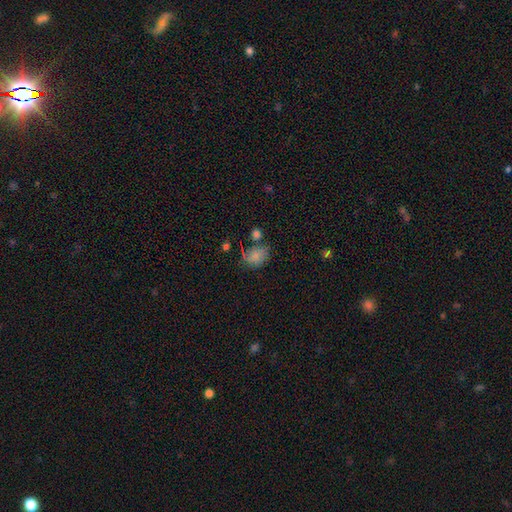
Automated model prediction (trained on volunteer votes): This appears to be a smooth galaxy with no disk features (77%) that is in between round and cigar-shaped (60%). Merging: none (54%).